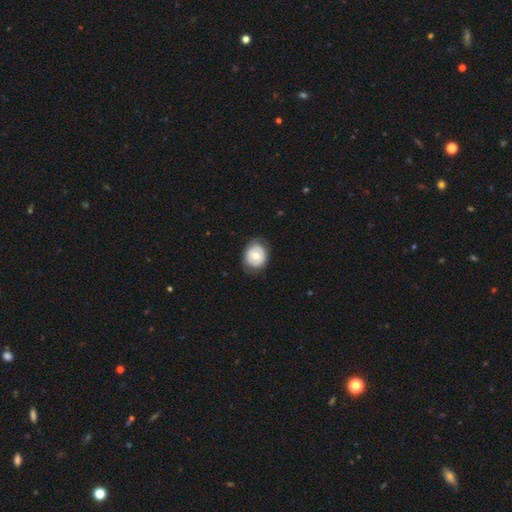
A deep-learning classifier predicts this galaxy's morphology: Smooth or featured: smooth — 55% (featured or disk — 38%)
How rounded: round — 70% (in between — 29%)
Merging: none — 79% (minor disturbance — 15%)